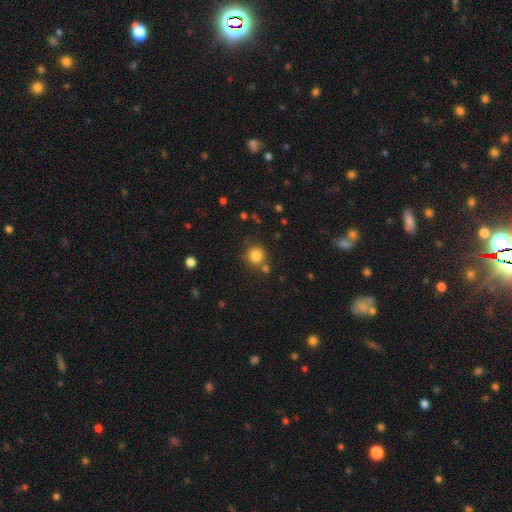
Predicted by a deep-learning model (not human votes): smooth_or_featured: smooth (p=0.83) [alt: star or artifact p=0.12]
how_rounded: round (p=0.87) [alt: in between p=0.12]
merging: none (p=0.71) [alt: minor disturbance p=0.13]